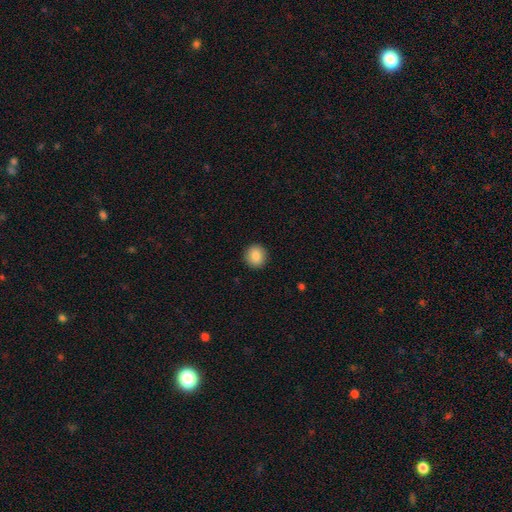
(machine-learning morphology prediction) smooth 87%, star or artifact 8%, featured or disk 4%. Down the decision tree: how rounded — round (91%); merging — none (92%).